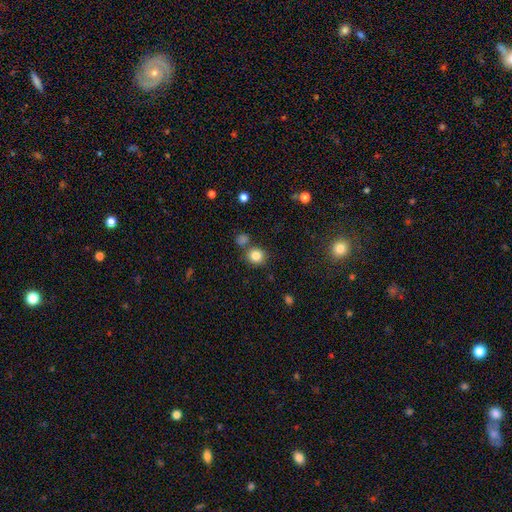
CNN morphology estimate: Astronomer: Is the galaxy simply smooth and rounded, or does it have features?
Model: smooth — 83%.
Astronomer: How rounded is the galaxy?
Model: round — 85%.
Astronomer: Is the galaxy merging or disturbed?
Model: none — 75%.